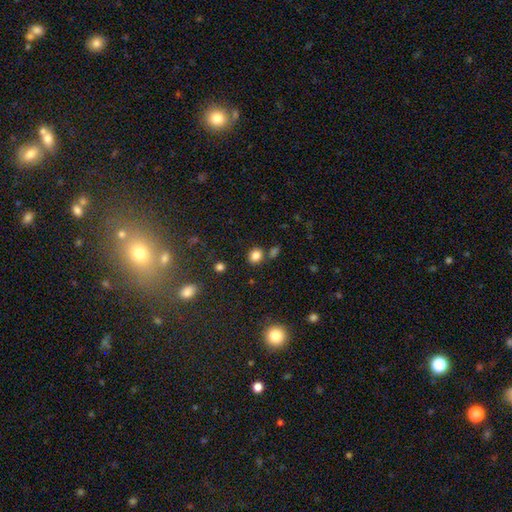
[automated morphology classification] A smooth galaxy with no disk features (83%) that is round (65%).

Vote fractions:
- Smooth or featured? smooth: 83% / star or artifact: 12% / featured or disk: 5%
- How rounded? round: 65% / in between: 34% / cigar-shaped: 1%
- Merging? none: 76% / merger: 11% / minor disturbance: 10% / major disturbance: 3%